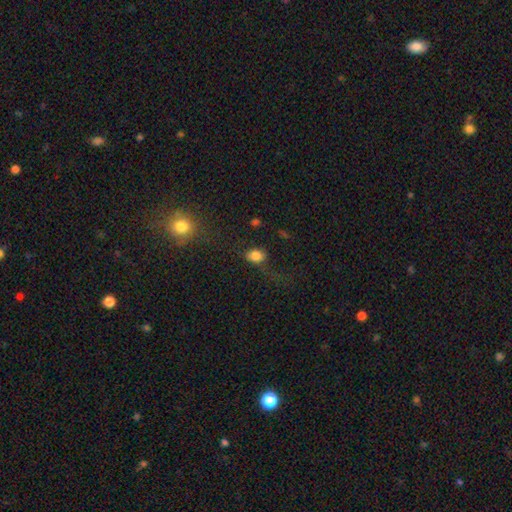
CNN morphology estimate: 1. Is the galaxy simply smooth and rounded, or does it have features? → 80% smooth, 11% star or artifact, 9% featured or disk.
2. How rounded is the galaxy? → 64% in between, 34% round, 2% cigar-shaped.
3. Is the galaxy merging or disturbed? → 51% none, 23% major disturbance, 21% minor disturbance, 4% merger.